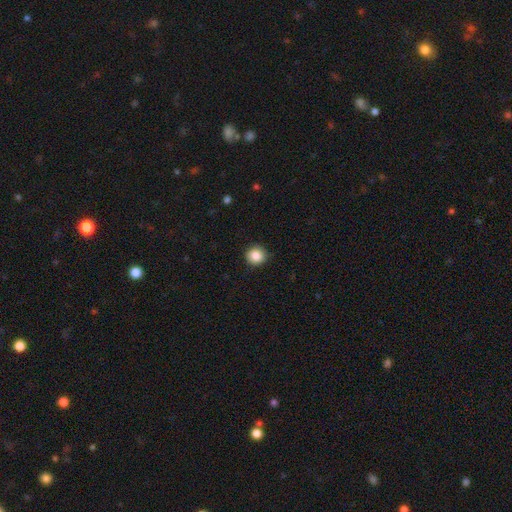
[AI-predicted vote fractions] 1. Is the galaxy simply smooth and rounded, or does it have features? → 87% smooth, 9% star or artifact, 4% featured or disk.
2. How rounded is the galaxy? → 92% round, 7% in between, 1% cigar-shaped.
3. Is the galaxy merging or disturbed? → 88% none, 9% minor disturbance, 2% major disturbance, 1% merger.